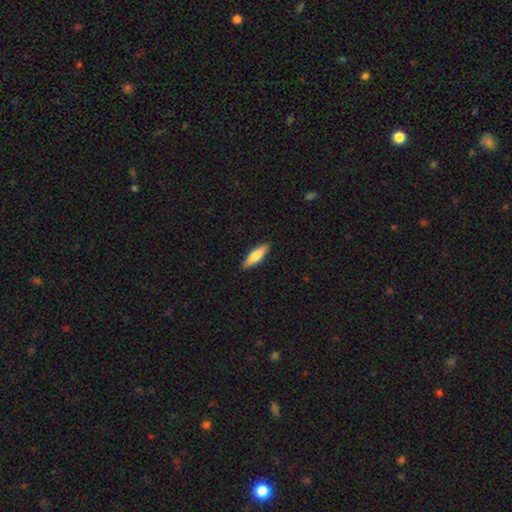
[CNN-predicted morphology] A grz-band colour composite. It shows a smooth galaxy with no disk features (72%) that is cigar-shaped (64%). Merging: none (90%).